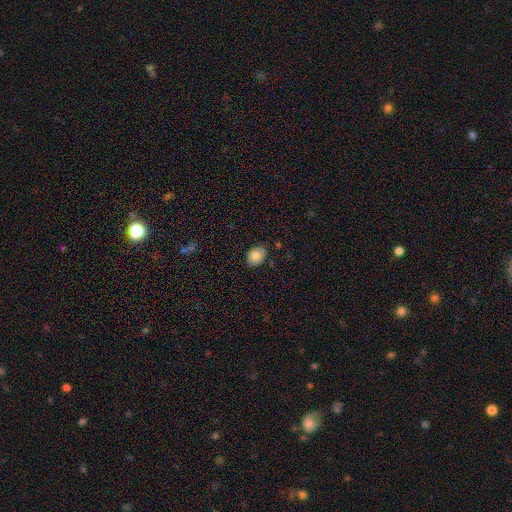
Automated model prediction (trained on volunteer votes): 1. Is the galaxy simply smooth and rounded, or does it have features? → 84% smooth, 8% star or artifact, 8% featured or disk.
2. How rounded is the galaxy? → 68% in between, 31% round, 1% cigar-shaped.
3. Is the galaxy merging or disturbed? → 84% none, 12% minor disturbance, 2% major disturbance, 1% merger.